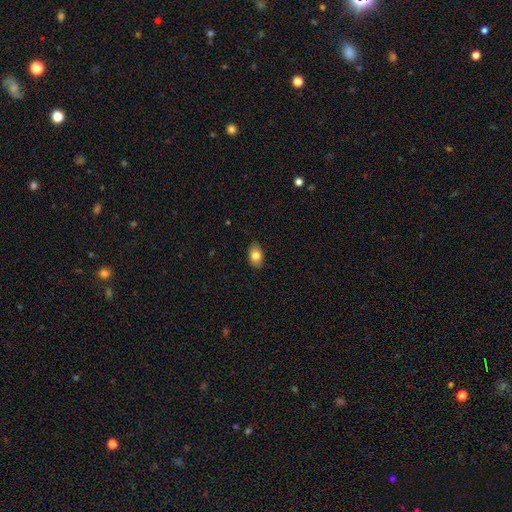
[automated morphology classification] smooth-or-featured: smooth: 82% | featured or disk: 10% | star or artifact: 8%
  how-rounded: in between: 84% | round: 14% | cigar-shaped: 1%
  merging: none: 86% | minor disturbance: 11% | major disturbance: 2% | merger: 1%